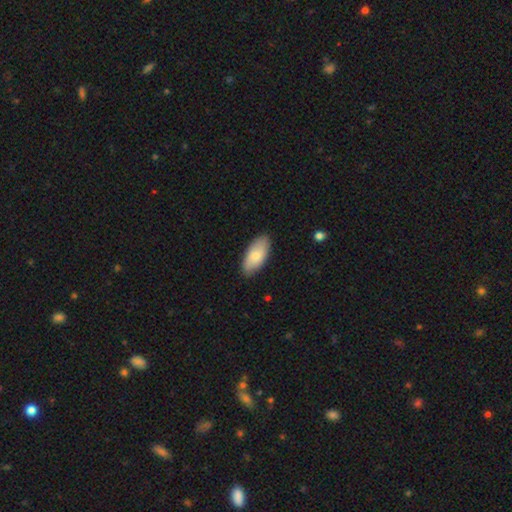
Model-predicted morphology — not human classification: Smooth or featured? smooth (76%)
How rounded? in between (91%)
Merging? none (85%)